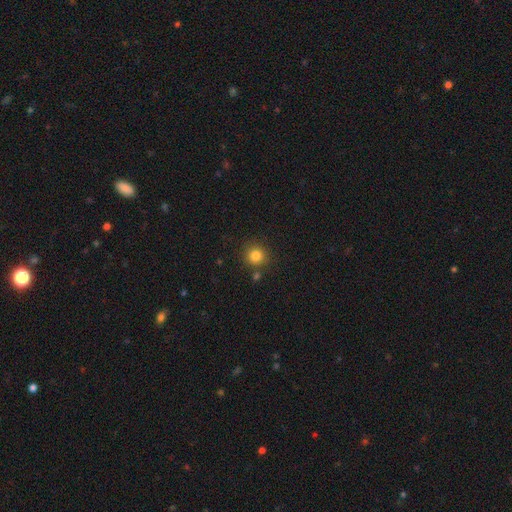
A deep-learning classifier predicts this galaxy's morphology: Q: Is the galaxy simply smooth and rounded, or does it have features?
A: smooth — 83%.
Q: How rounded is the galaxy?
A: round — 93%.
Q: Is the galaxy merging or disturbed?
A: none — 82%.